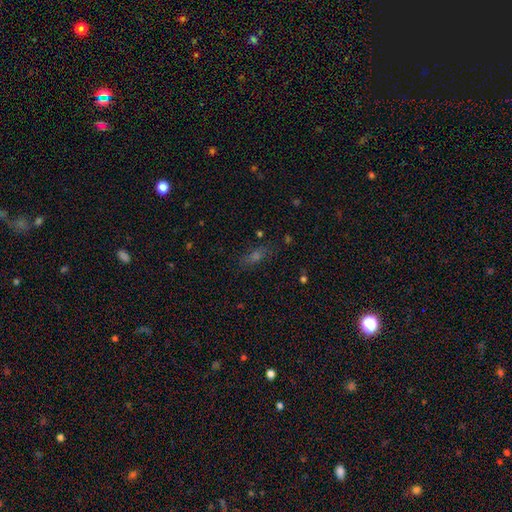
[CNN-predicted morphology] type=smooth (43%); merging=none (80%).